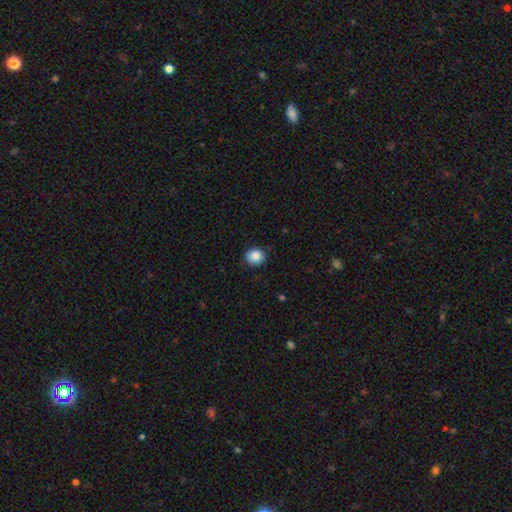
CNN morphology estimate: Smooth or featured: smooth — 85% (star or artifact — 9%)
How rounded: round — 86% (in between — 13%)
Merging: none — 87% (minor disturbance — 10%)